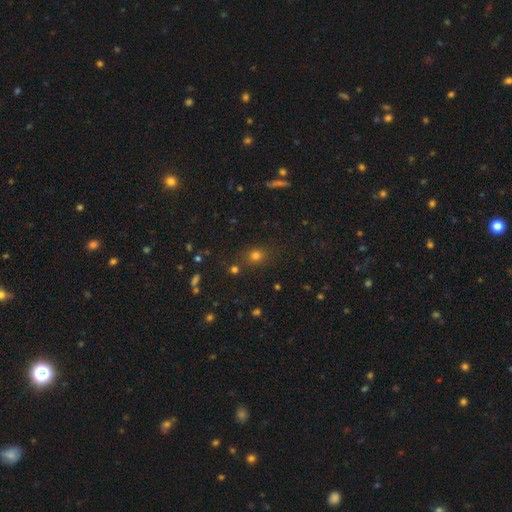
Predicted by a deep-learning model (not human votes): A smooth galaxy with no disk features (70%) that is round (72%). Merging: none (80%).